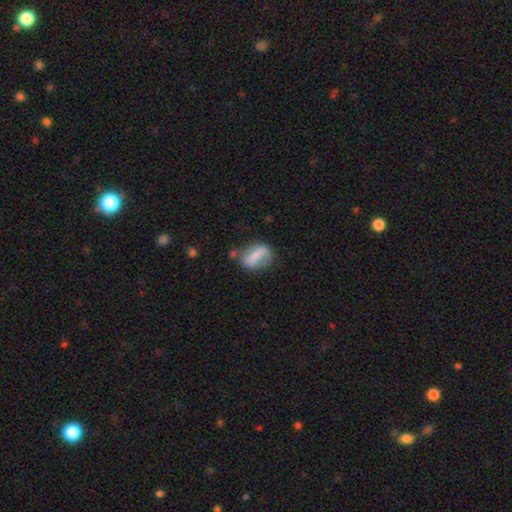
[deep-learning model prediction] Overall: smooth (56%; featured or disk 35%). How rounded: in between (69%). Merging: none (49%; minor disturbance 28%).